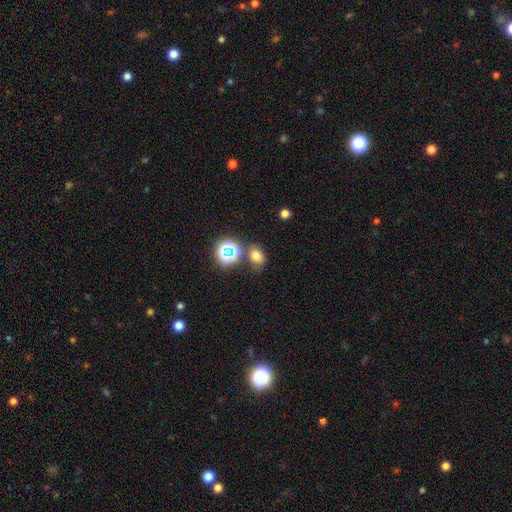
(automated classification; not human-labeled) The model was most divided on "how rounded": in between: 63%, round: 36%, cigar-shaped: 1%. More confident: smooth or featured — smooth (70%); merging — none (69%).